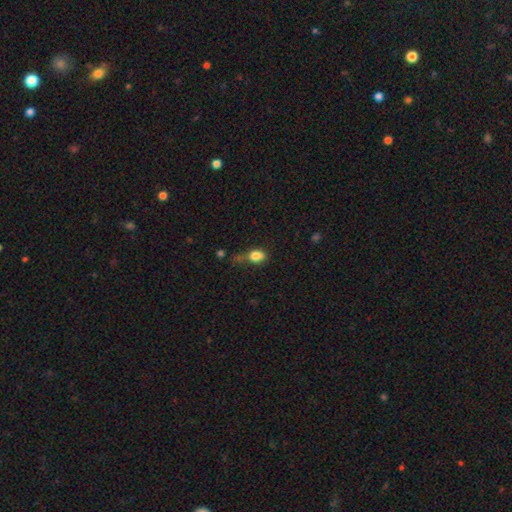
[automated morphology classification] Smooth or featured? Predicted: smooth (p=0.80). How rounded? Predicted: in between (p=0.70). Merging? Predicted: minor disturbance (p=0.33, tied with none).